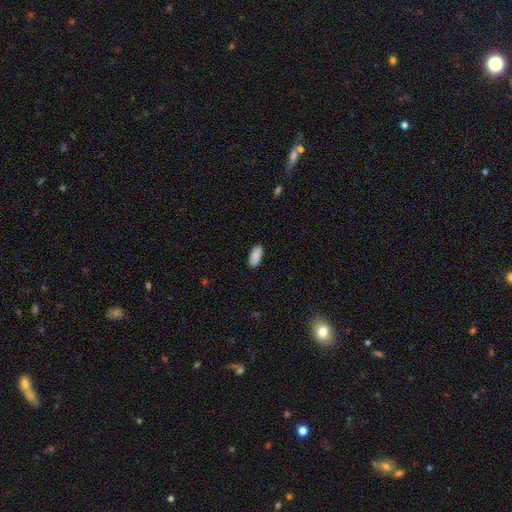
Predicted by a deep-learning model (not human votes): A smooth galaxy with no disk features (88%) that is in between round and cigar-shaped (89%). Merging: none (86%).